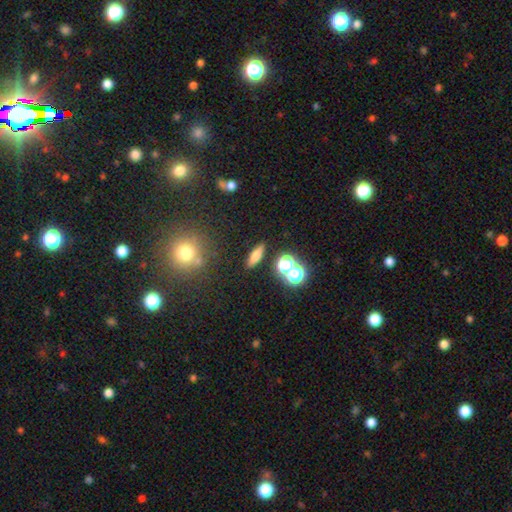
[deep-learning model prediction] The model was most divided on "how rounded": cigar-shaped: 49%, in between: 39%, round: 12%. More confident: merging — none (86%); smooth or featured — smooth (61%).